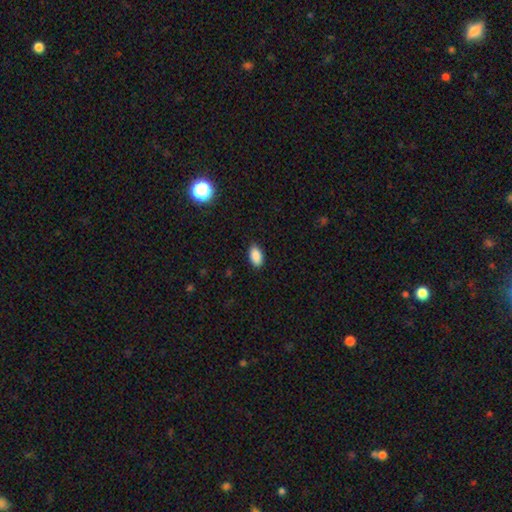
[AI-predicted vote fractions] This appears to be a smooth galaxy with no disk features (89%) that is in between round and cigar-shaped (93%). Merging: none (88%).